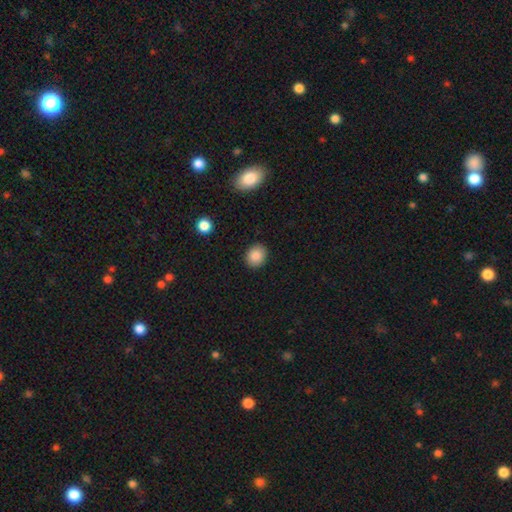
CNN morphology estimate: type=smooth (87%); roundness=round (70%); merging=none (90%).